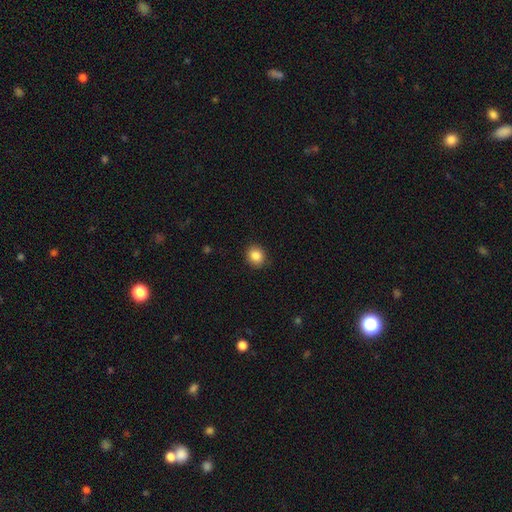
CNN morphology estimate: A smooth galaxy with no disk features (86%) that is round (71%).

Vote fractions:
- Smooth or featured? smooth: 86% / star or artifact: 9% / featured or disk: 5%
- How rounded? round: 71% / in between: 28% / cigar-shaped: 1%
- Merging? none: 88% / minor disturbance: 9% / major disturbance: 2% / merger: 1%